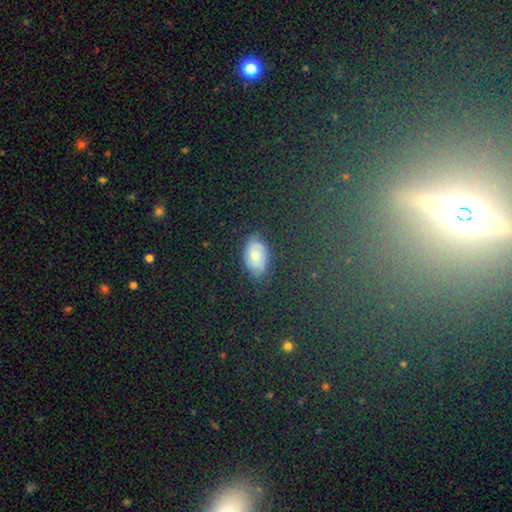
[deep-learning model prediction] smooth-or-featured: smooth: 48% | featured or disk: 29% | star or artifact: 23%
  merging: none: 76% | minor disturbance: 17% | major disturbance: 5% | merger: 2%